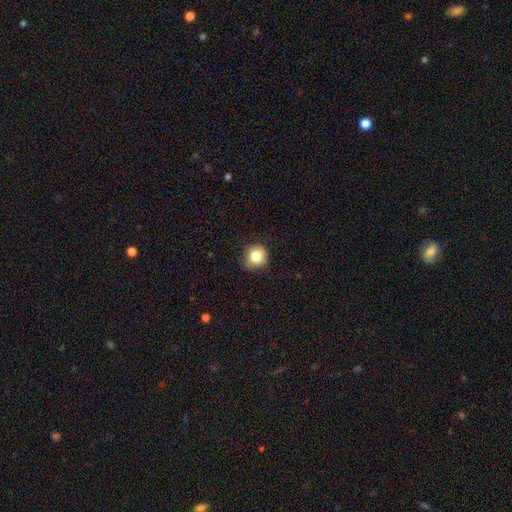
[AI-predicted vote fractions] A smooth galaxy with no disk features (80%) that is round (84%).

Vote fractions:
- Smooth or featured? smooth: 80% / star or artifact: 10% / featured or disk: 10%
- How rounded? round: 84% / in between: 15% / cigar-shaped: 1%
- Merging? none: 77% / minor disturbance: 18% / major disturbance: 4% / merger: 1%